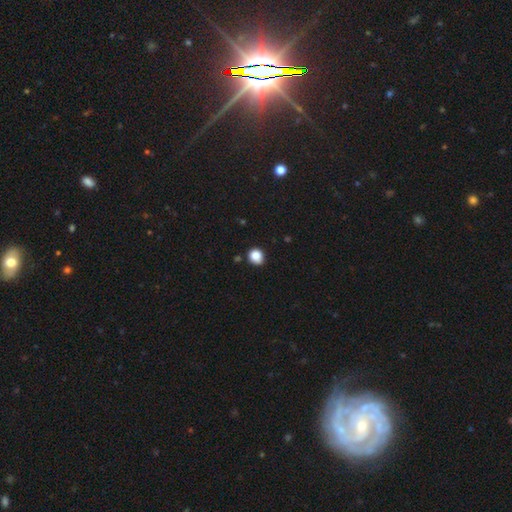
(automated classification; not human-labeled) A smooth galaxy with no disk features (85%) that is round (79%).

Vote fractions:
- Smooth or featured? smooth: 85% / star or artifact: 11% / featured or disk: 4%
- How rounded? round: 79% / in between: 20% / cigar-shaped: 1%
- Merging? none: 79% / minor disturbance: 15% / major disturbance: 3% / merger: 3%